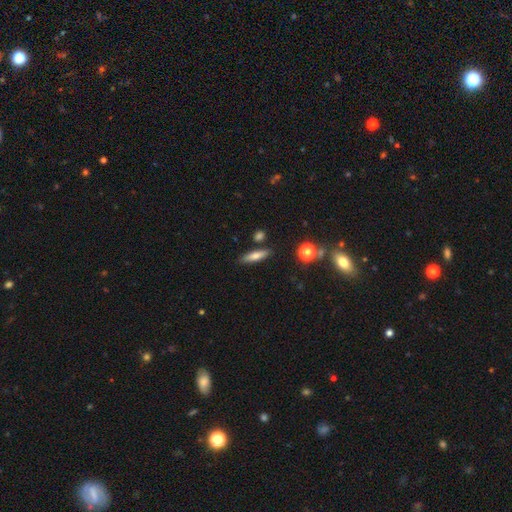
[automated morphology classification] Q: Smooth or featured?
A: smooth (70%); runner-up: featured or disk (21%)
Q: How rounded?
A: cigar-shaped (69%); runner-up: in between (27%)
Q: Merging?
A: none (82%); runner-up: minor disturbance (10%)